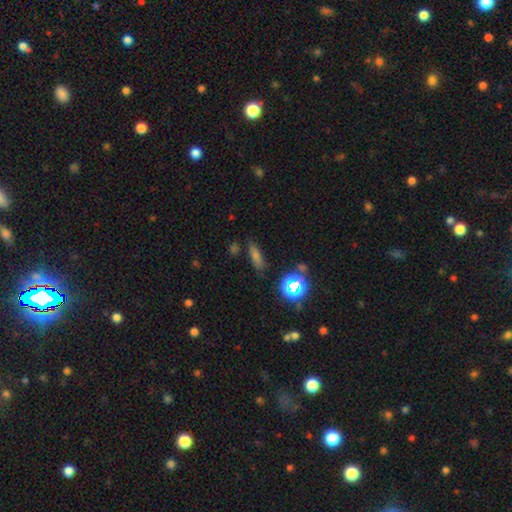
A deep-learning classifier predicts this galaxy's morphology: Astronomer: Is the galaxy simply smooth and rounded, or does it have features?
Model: smooth — 58%.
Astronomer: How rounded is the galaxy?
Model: cigar-shaped — 57% (runner-up: in between, 33%).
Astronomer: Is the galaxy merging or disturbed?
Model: none — 81%.